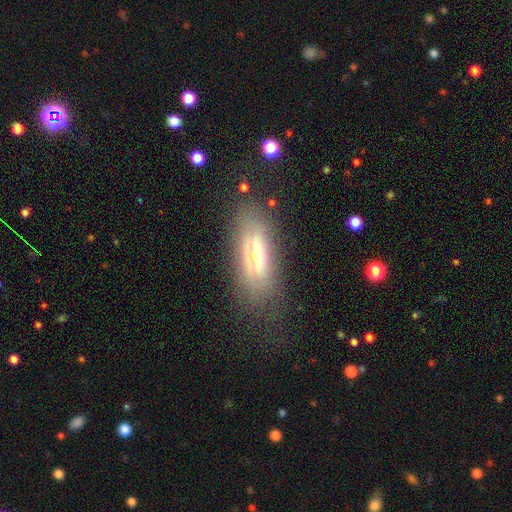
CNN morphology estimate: Smooth or featured? Predicted: featured or disk (p=0.51). Edge-on disk? Predicted: yes (p=0.55). Merging? Predicted: none (p=0.67).